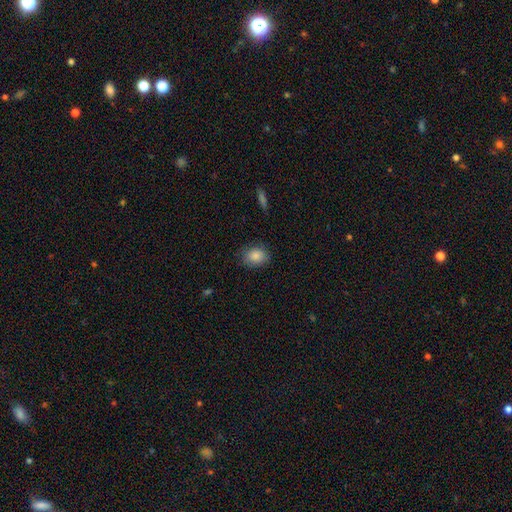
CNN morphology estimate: Smooth or featured: smooth — 87% (star or artifact — 8%)
How rounded: in between — 59% (round — 40%)
Merging: none — 82% (minor disturbance — 13%)